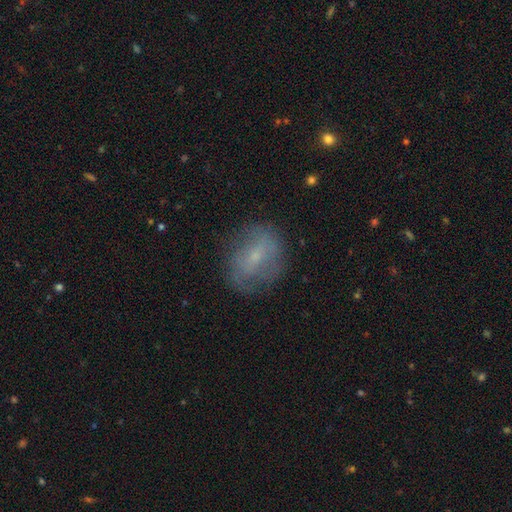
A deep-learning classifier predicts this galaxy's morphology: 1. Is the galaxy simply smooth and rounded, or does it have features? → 47% featured or disk, 43% smooth, 11% star or artifact.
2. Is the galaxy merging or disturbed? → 70% none, 19% minor disturbance, 10% major disturbance, 1% merger.